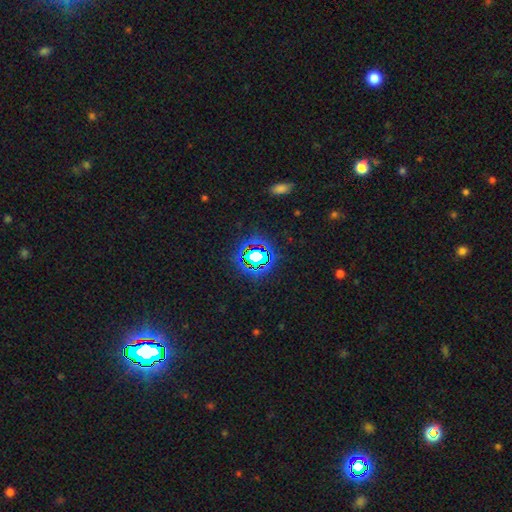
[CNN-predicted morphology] Smooth or featured?
  - star or artifact: 70% *
  - smooth: 19%
  - featured or disk: 11%